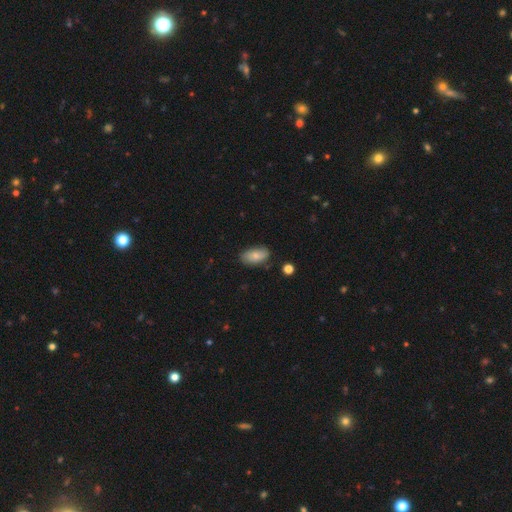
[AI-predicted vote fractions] Overall: smooth (77%). How rounded: in between (93%). Merging: none (80%).